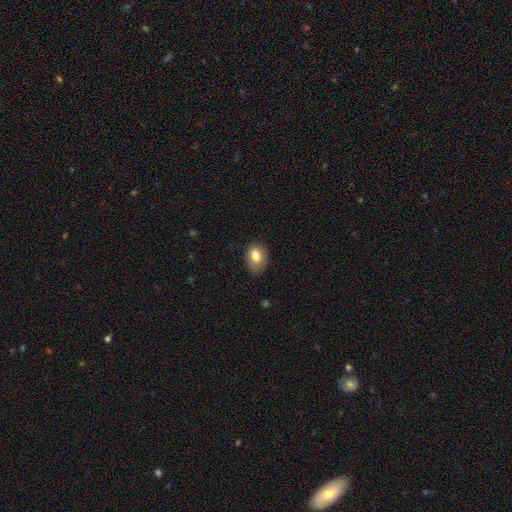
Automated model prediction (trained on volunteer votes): A smooth galaxy with no disk features (81%) that is in between round and cigar-shaped (76%). Merging: none (73%).